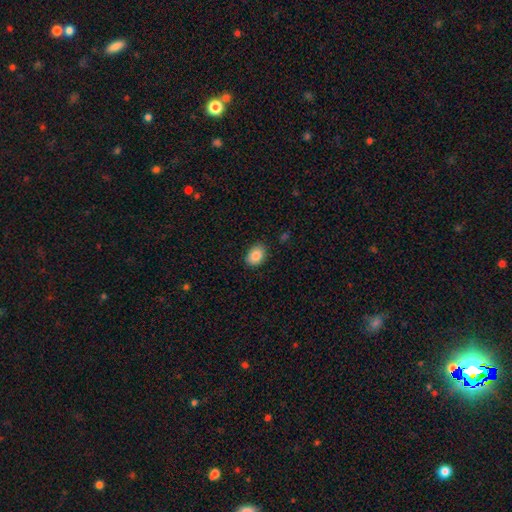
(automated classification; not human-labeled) Q: Smooth or featured?
A: smooth (87%); runner-up: star or artifact (8%)
Q: How rounded?
A: in between (71%); runner-up: round (28%)
Q: Merging?
A: none (85%); runner-up: minor disturbance (12%)